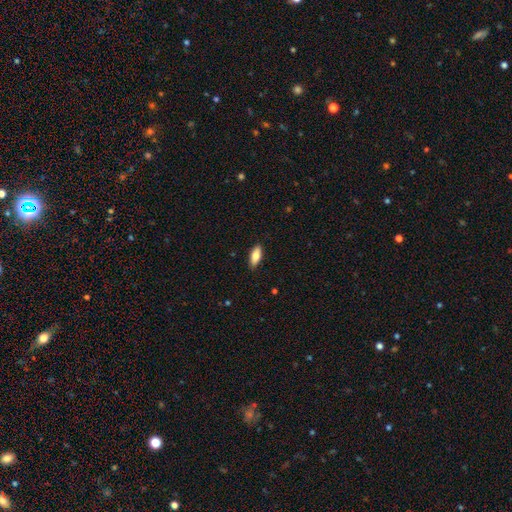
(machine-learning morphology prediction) This appears to be a smooth galaxy with no disk features (77%) that is in between round and cigar-shaped (75%). Merging: none (88%).